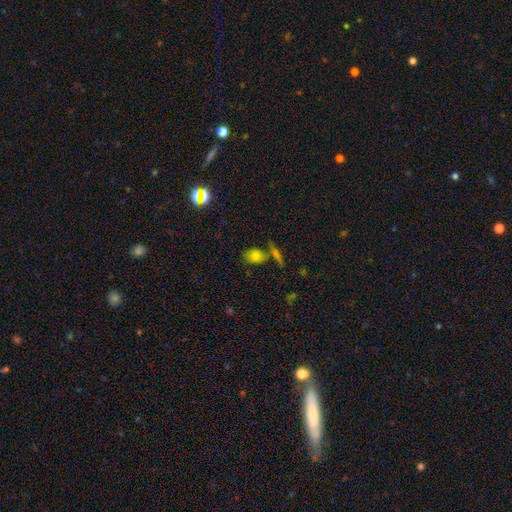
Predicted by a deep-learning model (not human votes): smooth-or-featured: smooth: 73% | star or artifact: 13% | featured or disk: 13%
  how-rounded: in between: 58% | round: 38% | cigar-shaped: 4%
  merging: none: 62% | merger: 21% | minor disturbance: 13% | major disturbance: 5%